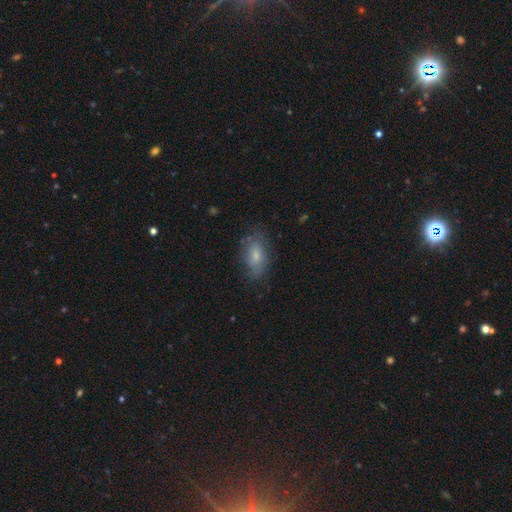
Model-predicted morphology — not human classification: Smooth or featured: smooth — 66% (featured or disk — 26%)
How rounded: in between — 88% (cigar-shaped — 7%)
Merging: none — 67% (minor disturbance — 23%)